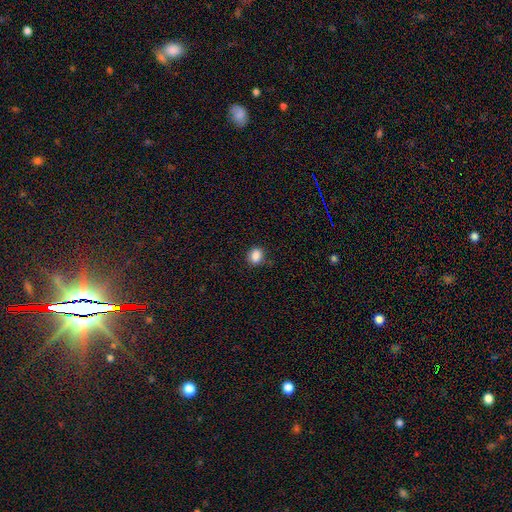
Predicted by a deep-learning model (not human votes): smooth-or-featured: smooth: 86% | star or artifact: 10% | featured or disk: 3%
  how-rounded: round: 56% | in between: 43% | cigar-shaped: 1%
  merging: none: 83% | minor disturbance: 13% | major disturbance: 3% | merger: 2%